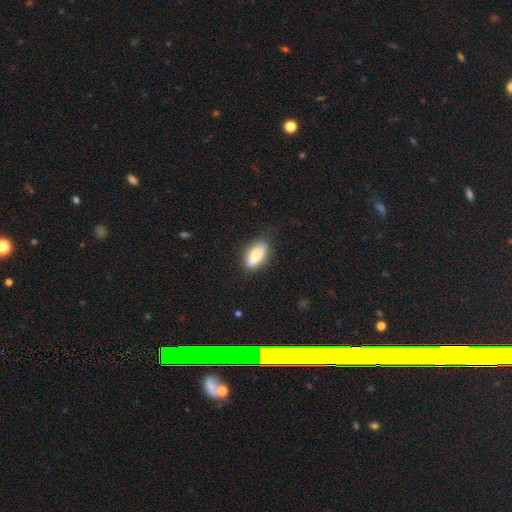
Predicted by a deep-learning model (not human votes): A smooth galaxy with no disk features (79%) that is in between round and cigar-shaped (84%). Merging: none (80%).